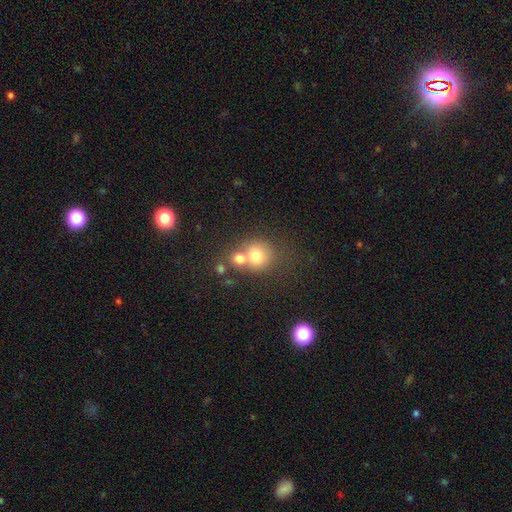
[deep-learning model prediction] Smooth or featured: smooth — 72% (featured or disk — 15%)
How rounded: round — 83% (in between — 16%)
Merging: merger — 48% (none — 40%)